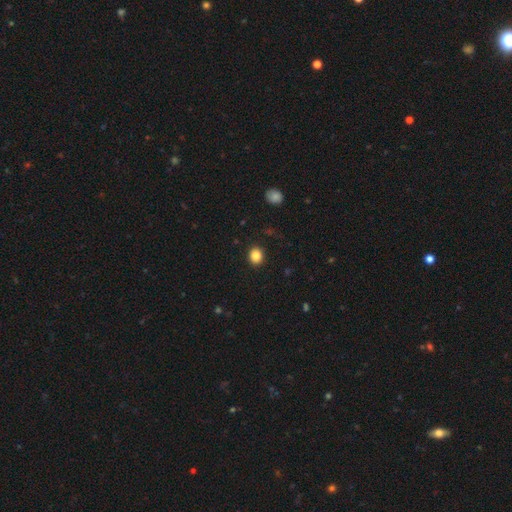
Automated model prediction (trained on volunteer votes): Morphology: type=smooth (85%); roundness=round (74%); merging=none (92%).